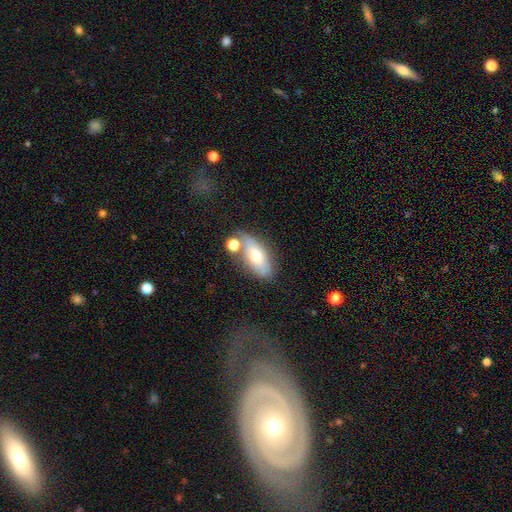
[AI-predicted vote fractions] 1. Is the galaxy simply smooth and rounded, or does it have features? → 65% smooth, 27% featured or disk, 8% star or artifact.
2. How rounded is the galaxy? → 84% in between, 11% cigar-shaped, 5% round.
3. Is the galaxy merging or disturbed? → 60% none, 17% merger, 17% minor disturbance, 6% major disturbance.